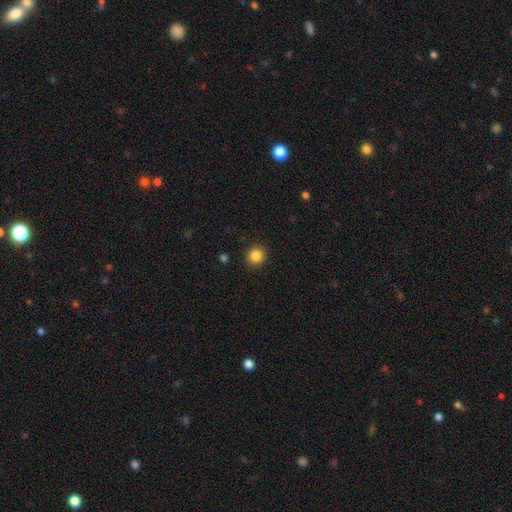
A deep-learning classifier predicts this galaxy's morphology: Q: Smooth or featured?
A: smooth (86%); runner-up: star or artifact (10%)
Q: How rounded?
A: round (93%); runner-up: in between (6%)
Q: Merging?
A: none (92%); runner-up: minor disturbance (5%)